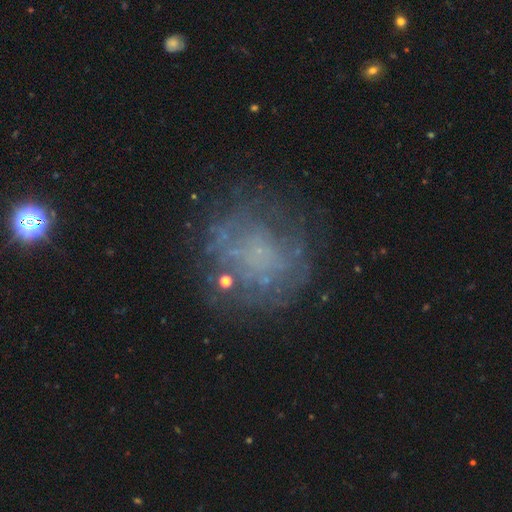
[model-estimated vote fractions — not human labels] Smooth or featured: featured or disk — 50% (smooth — 32%)
Edge-on disk: no — 97% (yes — 3%)
Merging: none — 67% (minor disturbance — 16%)